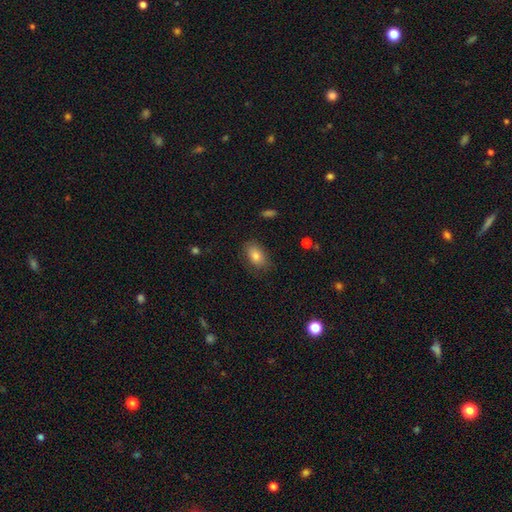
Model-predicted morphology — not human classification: This is clearly a smooth galaxy (80%). How rounded: clearly in between (86%). Merging: likely none (79%).